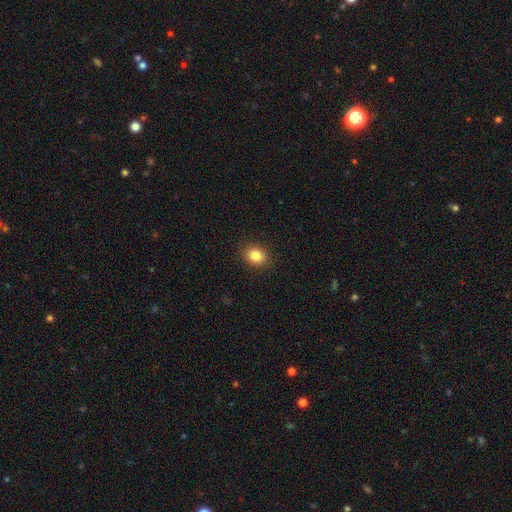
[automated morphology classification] This appears to be a smooth galaxy with no disk features (85%) that is in between round and cigar-shaped (57%). Merging: none (88%).